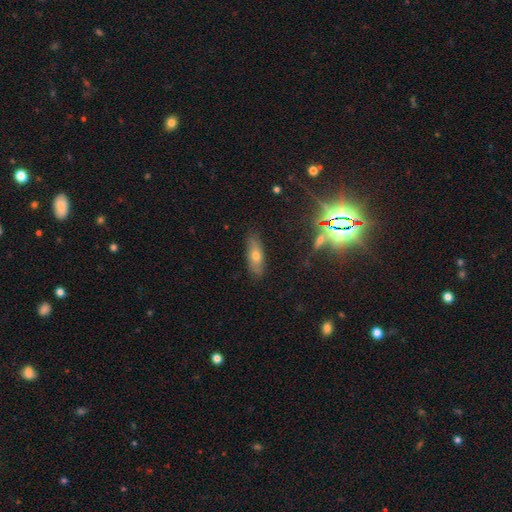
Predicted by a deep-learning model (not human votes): The model was most divided on "smooth or featured": smooth: 56%, featured or disk: 30%, star or artifact: 14%. More confident: merging — none (82%); how rounded — in between (68%).